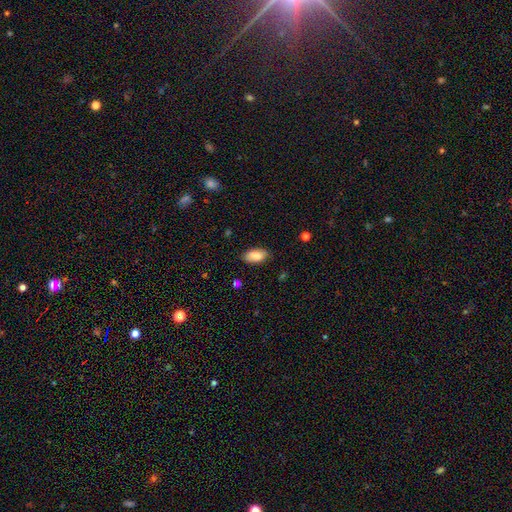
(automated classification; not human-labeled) This is clearly a smooth galaxy (87%). How rounded: clearly in between (92%). Merging: clearly none (84%).